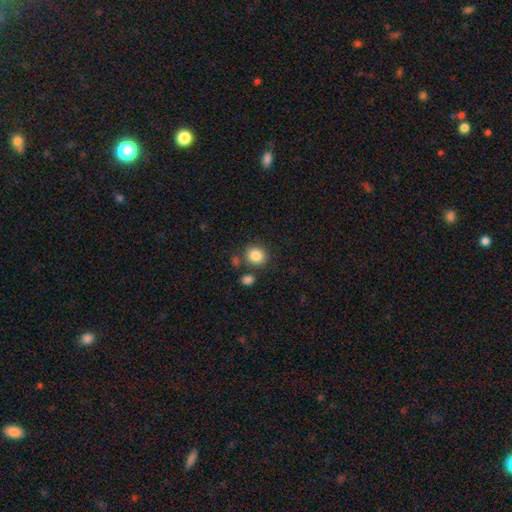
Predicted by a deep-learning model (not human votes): This is clearly a smooth galaxy (85%). How rounded: clearly round (81%). Merging: likely none (77%).